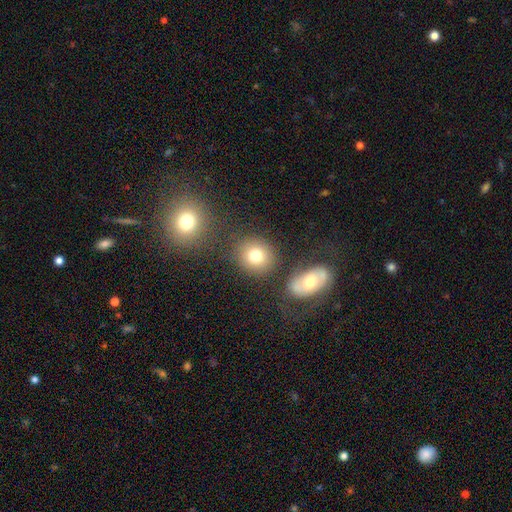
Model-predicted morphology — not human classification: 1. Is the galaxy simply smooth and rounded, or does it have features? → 78% smooth, 11% featured or disk, 11% star or artifact.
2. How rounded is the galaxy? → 80% round, 19% in between, 1% cigar-shaped.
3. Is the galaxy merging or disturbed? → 77% none, 10% minor disturbance, 9% merger, 4% major disturbance.